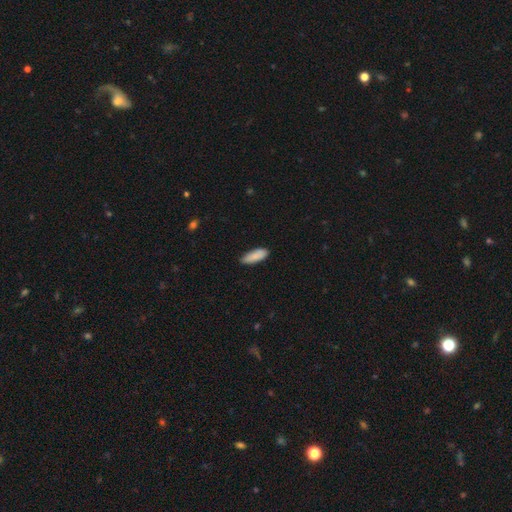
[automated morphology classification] smooth 88%, featured or disk 6%, star or artifact 6%. Down the decision tree: how rounded — in between (69%); merging — none (84%).